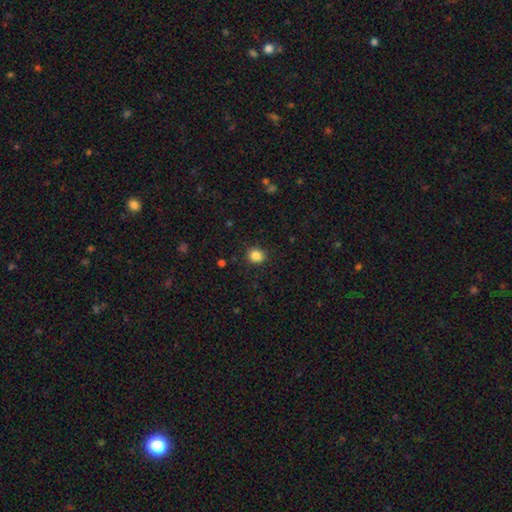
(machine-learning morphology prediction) Smooth or featured?
  - smooth: 86% *
  - star or artifact: 10%
  - featured or disk: 4%
How rounded?
  - round: 77% *
  - in between: 22%
  - cigar-shaped: 1%
Merging?
  - none: 89% *
  - minor disturbance: 8%
  - major disturbance: 2%
  - merger: 1%